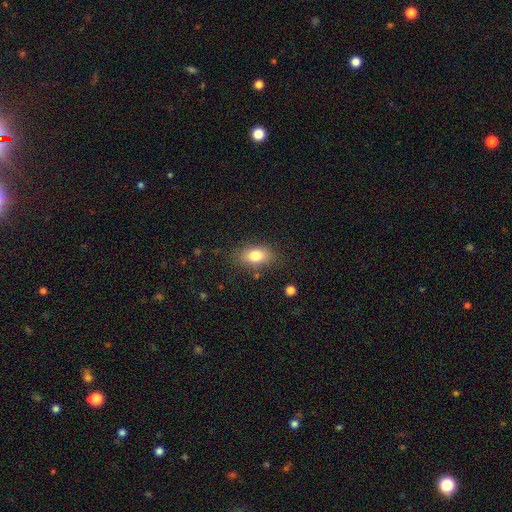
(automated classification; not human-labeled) A smooth galaxy with no disk features (81%) that is in between round and cigar-shaped (86%).

Vote fractions:
- Smooth or featured? smooth: 81% / featured or disk: 11% / star or artifact: 9%
- How rounded? in between: 86% / round: 10% / cigar-shaped: 4%
- Merging? none: 81% / minor disturbance: 13% / major disturbance: 4% / merger: 2%